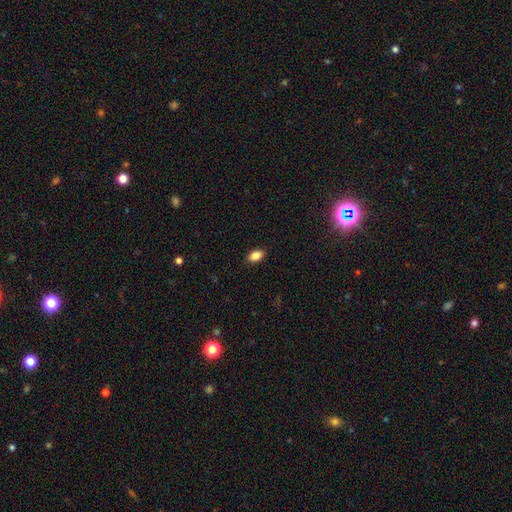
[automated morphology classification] type=smooth (87%); roundness=in between (89%); merging=none (88%).